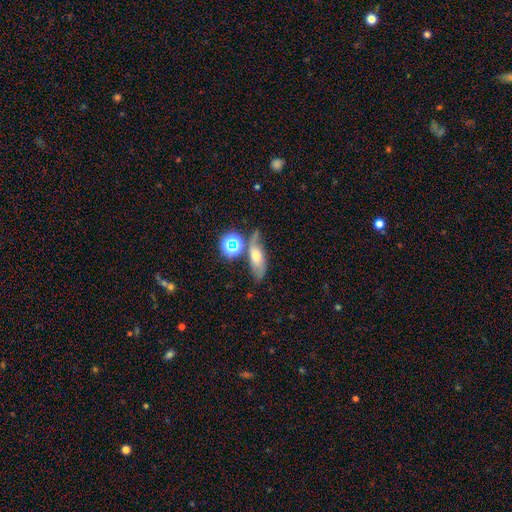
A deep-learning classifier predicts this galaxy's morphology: A featured or disk galaxy (42%).

Vote fractions:
- Smooth or featured? featured or disk: 42% / smooth: 40% / star or artifact: 18%
- Merging? none: 49% / minor disturbance: 23% / merger: 15% / major disturbance: 14%